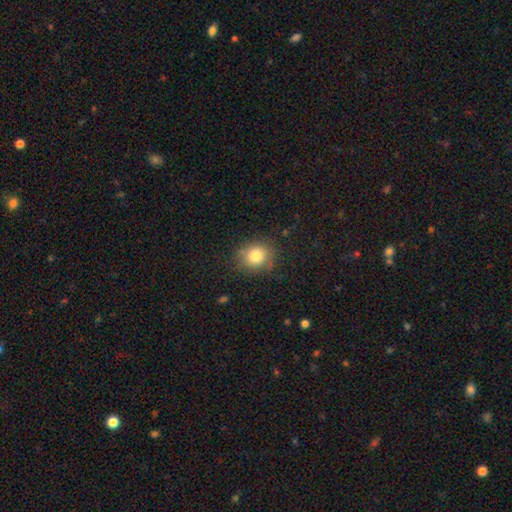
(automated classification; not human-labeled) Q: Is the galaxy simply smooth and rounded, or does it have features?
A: smooth — 81%.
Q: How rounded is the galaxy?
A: round — 70%.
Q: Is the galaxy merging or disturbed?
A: none — 79%.